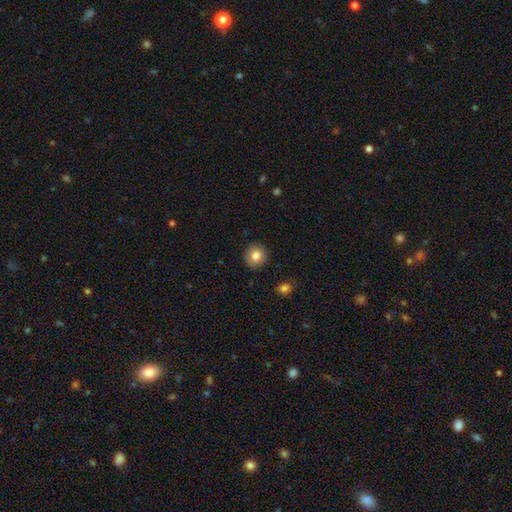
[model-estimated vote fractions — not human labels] Q: Smooth or featured?
A: smooth (82%); runner-up: star or artifact (9%)
Q: How rounded?
A: round (91%); runner-up: in between (8%)
Q: Merging?
A: none (91%); runner-up: minor disturbance (6%)